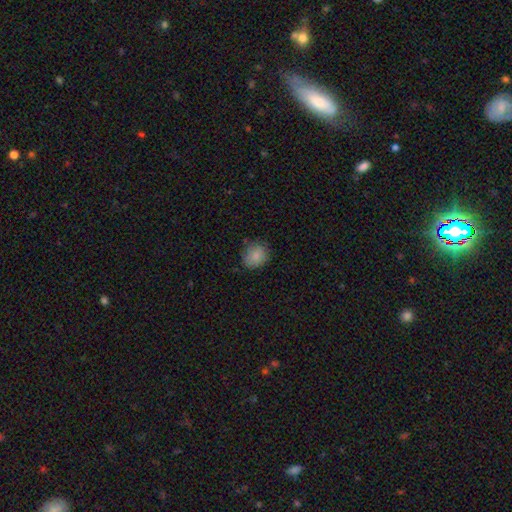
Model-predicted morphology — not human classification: Overall: smooth (86%). How rounded: round (70%). Merging: none (75%).